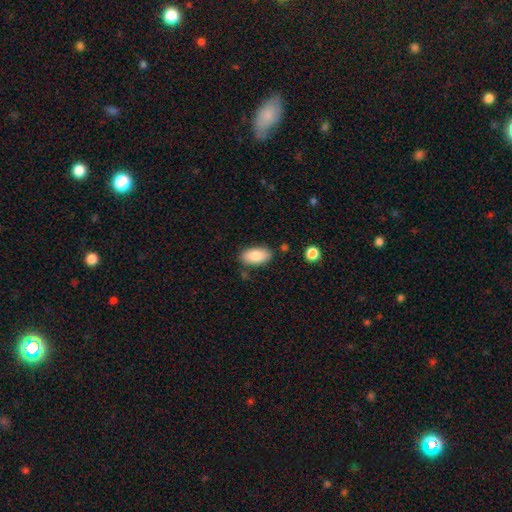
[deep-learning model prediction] This is clearly a smooth galaxy (84%). How rounded: clearly in between (93%). Merging: clearly none (81%).